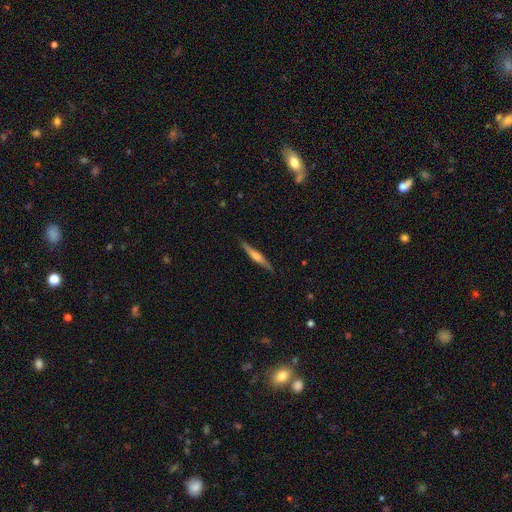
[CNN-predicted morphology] Q: Smooth or featured?
A: featured or disk (67%); runner-up: smooth (27%)
Q: Edge-on disk?
A: yes (97%); runner-up: no (3%)
Q: Edge-on bulge?
A: rounded (82%); runner-up: boxy (9%)
Q: Merging?
A: none (89%); runner-up: minor disturbance (8%)